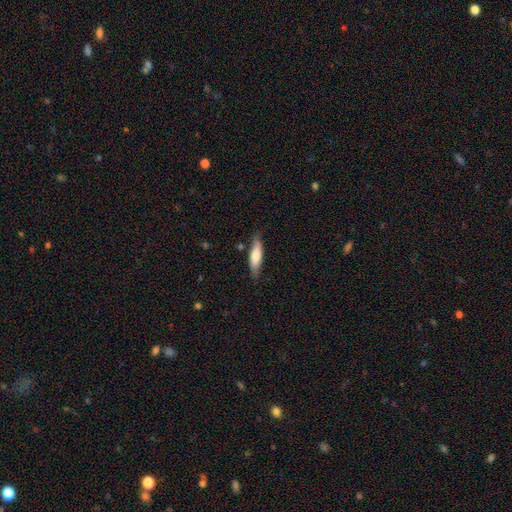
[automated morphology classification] This is likely a smooth galaxy (69%). How rounded: likely cigar-shaped (66%). Merging: likely none (77%).